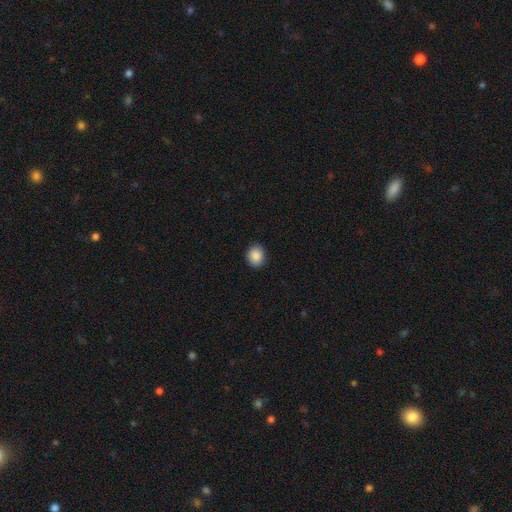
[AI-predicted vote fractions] Smooth or featured: smooth — 88% (star or artifact — 8%)
How rounded: round — 67% (in between — 32%)
Merging: none — 90% (minor disturbance — 8%)